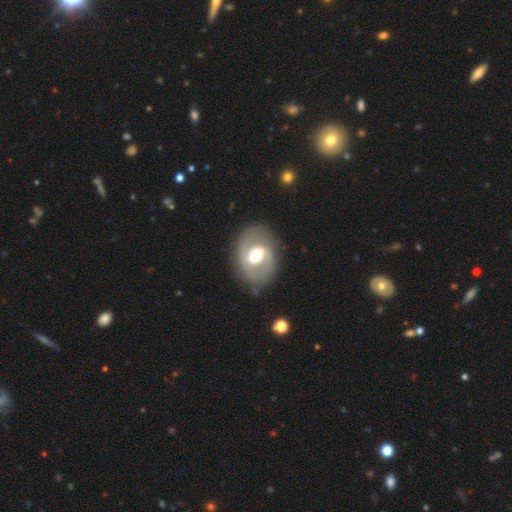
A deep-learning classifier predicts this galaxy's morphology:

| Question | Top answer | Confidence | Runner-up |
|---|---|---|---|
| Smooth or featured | featured or disk | 70% | smooth (25%) |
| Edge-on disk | no | 96% | yes (4%) |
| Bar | weak | 44% | no (32%) |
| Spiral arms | yes | 64% | no (36%) |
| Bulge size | moderate | 65% | large (25%) |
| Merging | none | 79% | minor disturbance (13%) |